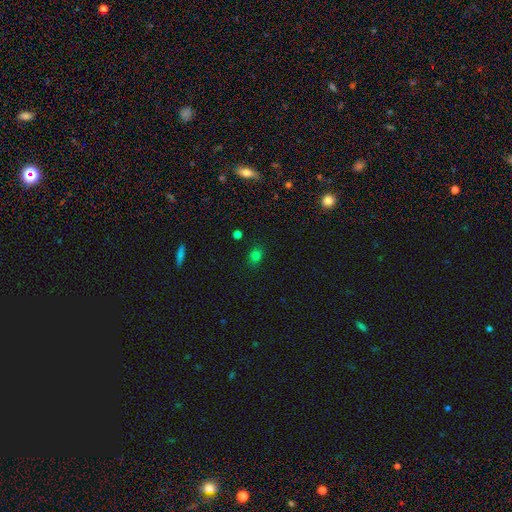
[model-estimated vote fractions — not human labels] Morphology: type=smooth (76%); roundness=round (51%); merging=none (84%).